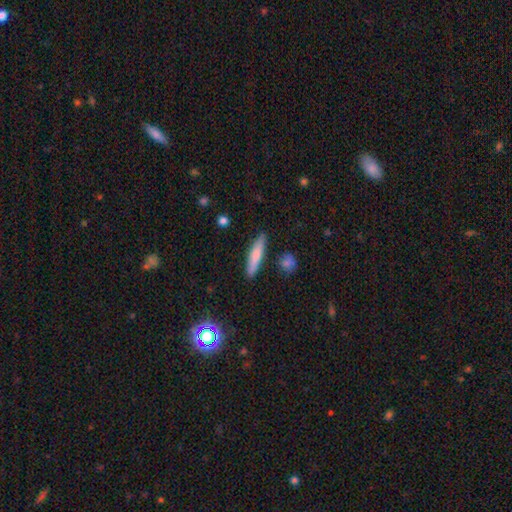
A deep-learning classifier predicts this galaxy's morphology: The model was most divided on "smooth or featured": smooth: 71%, featured or disk: 22%, star or artifact: 7%. More confident: merging — none (86%); how rounded — cigar-shaped (84%).